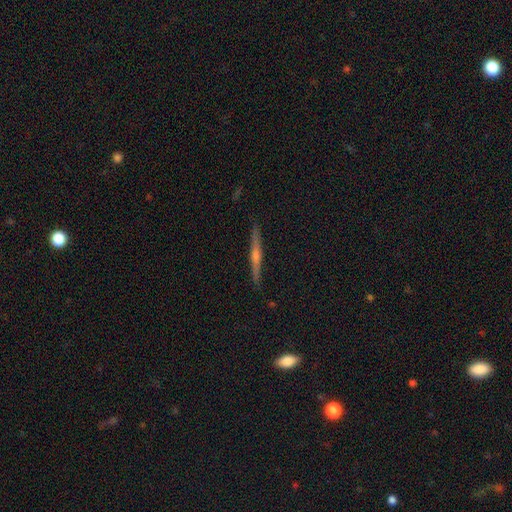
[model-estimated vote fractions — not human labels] Overall: featured or disk (76%). Edge-on disk: yes (98%). Edge-on bulge: rounded (79%). Merging: none (92%).